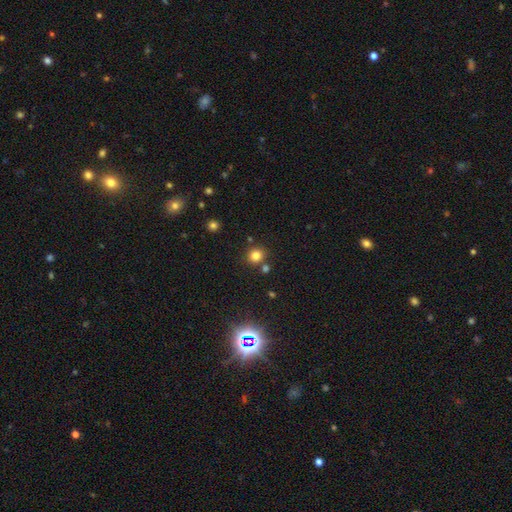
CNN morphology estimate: smooth-or-featured: smooth: 79% | star or artifact: 15% | featured or disk: 6%
  how-rounded: round: 89% | in between: 10% | cigar-shaped: 1%
  merging: none: 80% | merger: 10% | minor disturbance: 8% | major disturbance: 3%